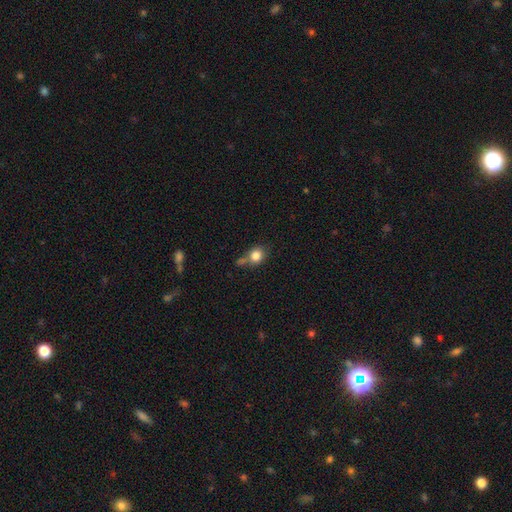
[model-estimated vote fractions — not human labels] Q: Smooth or featured?
A: smooth (82%); runner-up: star or artifact (10%)
Q: How rounded?
A: round (70%); runner-up: in between (28%)
Q: Merging?
A: none (50%); runner-up: merger (23%)